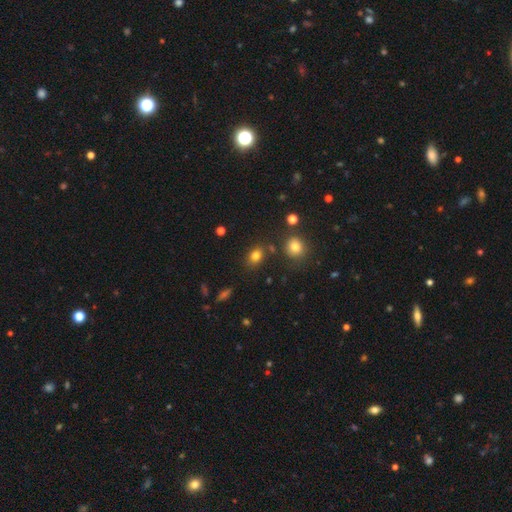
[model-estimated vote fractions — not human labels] Morphology: type=smooth (80%); roundness=in between (59%); merging=none (79%).